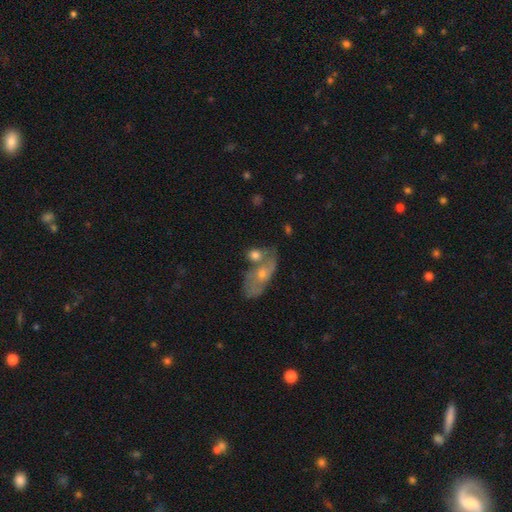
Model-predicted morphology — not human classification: A smooth galaxy with no disk features (64%) that is in between round and cigar-shaped (64%). Merging: merger (49%).